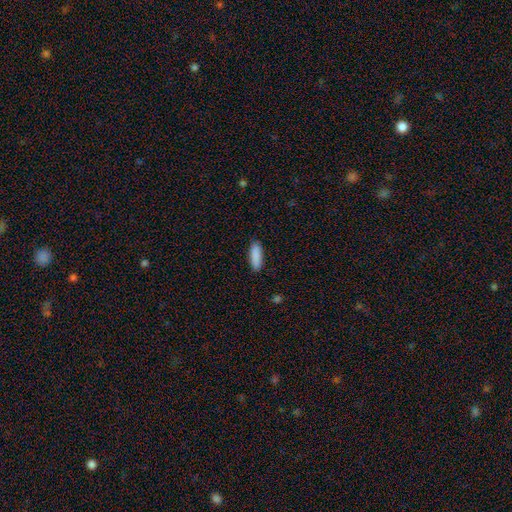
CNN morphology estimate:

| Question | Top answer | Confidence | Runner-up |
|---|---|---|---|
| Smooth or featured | smooth | 89% | star or artifact (6%) |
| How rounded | in between | 53% | cigar-shaped (46%) |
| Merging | none | 87% | minor disturbance (9%) |